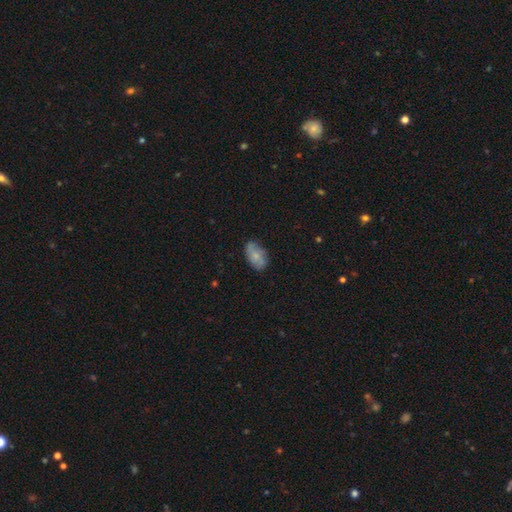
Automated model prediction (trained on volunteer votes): This appears to be a smooth galaxy with no disk features (67%) that is in between round and cigar-shaped (92%). Merging: none (70%).